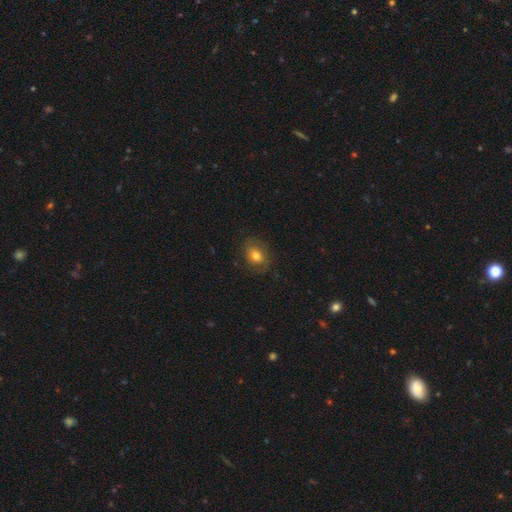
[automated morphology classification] The model was most divided on "how rounded": in between: 56%, round: 43%, cigar-shaped: 1%. More confident: merging — none (77%); smooth or featured — smooth (73%).